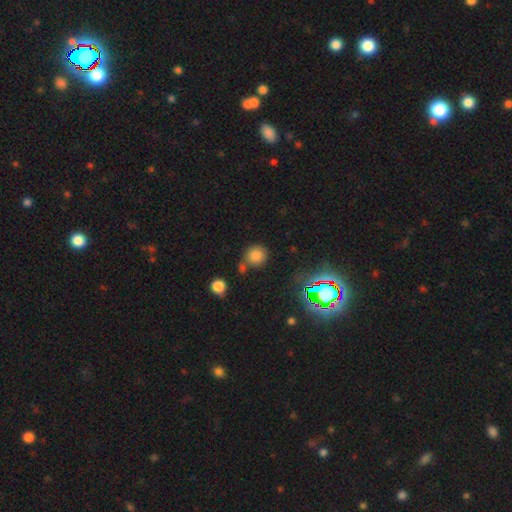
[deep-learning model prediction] This appears to be a smooth galaxy with no disk features (75%) that is round (89%). Merging: none (68%).